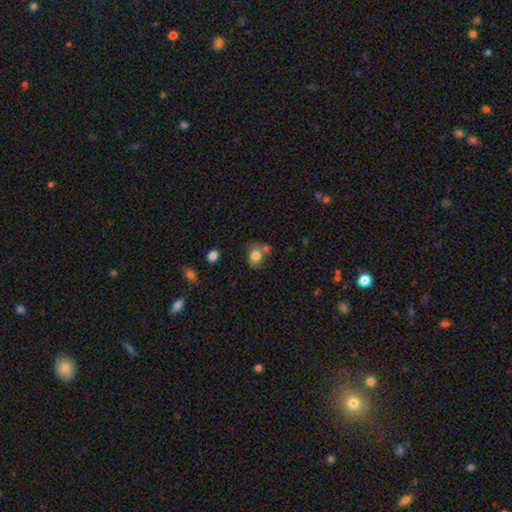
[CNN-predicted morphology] This is likely a smooth galaxy (79%). How rounded: likely round (63%). Merging: possibly none (52%).